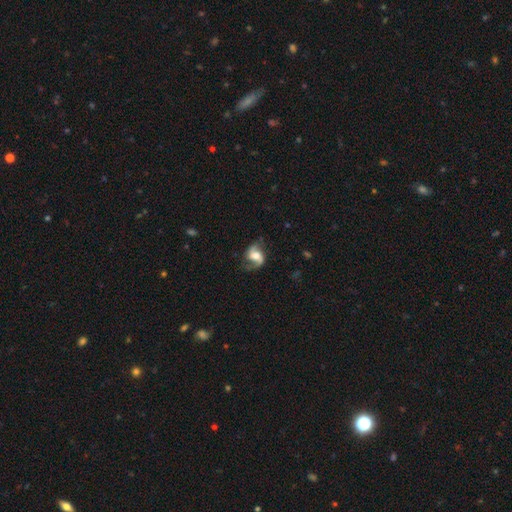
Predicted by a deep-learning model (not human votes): A featured or disk galaxy (78%) with a weak bar (41%), 2 (87%) loose (55%) spiral arms (93%) and a moderate central bulge (53%).

Vote fractions:
- Smooth or featured? featured or disk: 78% / smooth: 16% / star or artifact: 7%
- Edge-on disk? no: 97% / yes: 3%
- Bar? weak: 41% / no: 38% / strong: 21%
- Spiral arms? yes: 93% / no: 7%
- Spiral winding? loose: 55% / medium: 36% / tight: 9%
- Spiral arm count? 2: 87% / 1: 7% / can't tell: 3% / 3: 1% / 4: 1% / more than 4: 1%
- Bulge size? moderate: 53% / large: 25% / small: 15% / none: 4% / dominant: 3%
- Merging? none: 66% / minor disturbance: 19% / major disturbance: 13% / merger: 2%